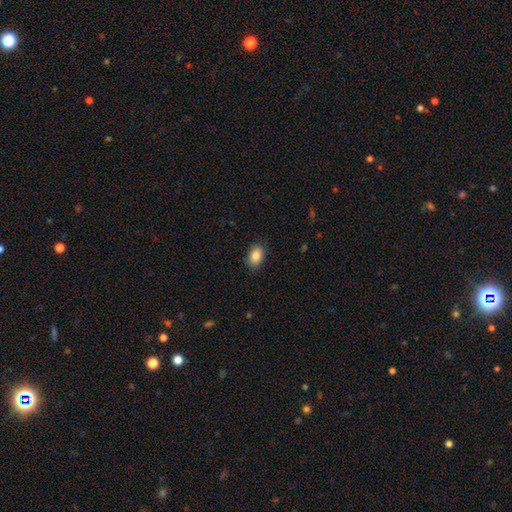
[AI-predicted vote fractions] Smooth or featured? Predicted: smooth (p=0.88). How rounded? Predicted: in between (p=0.87). Merging? Predicted: none (p=0.86).